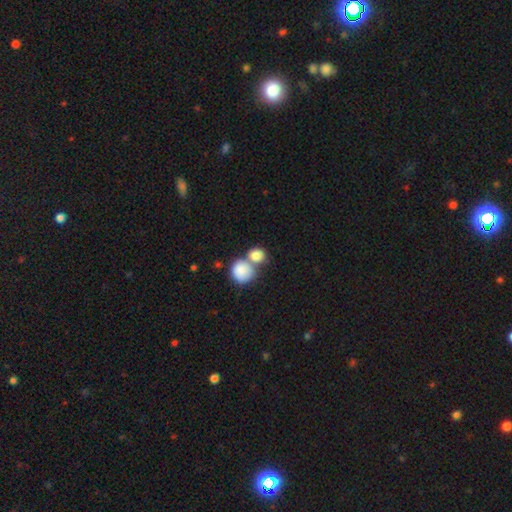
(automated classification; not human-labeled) Smooth or featured? Predicted: smooth (p=0.85). How rounded? Predicted: round (p=0.78). Merging? Predicted: merger (p=0.56).